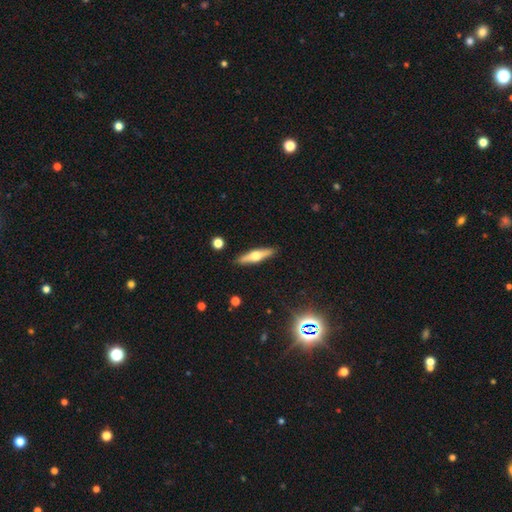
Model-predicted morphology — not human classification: featured or disk 57%, smooth 36%, star or artifact 6%. Down the decision tree: edge-on disk — yes (94%); edge-on bulge — rounded (94%); merging — none (90%).